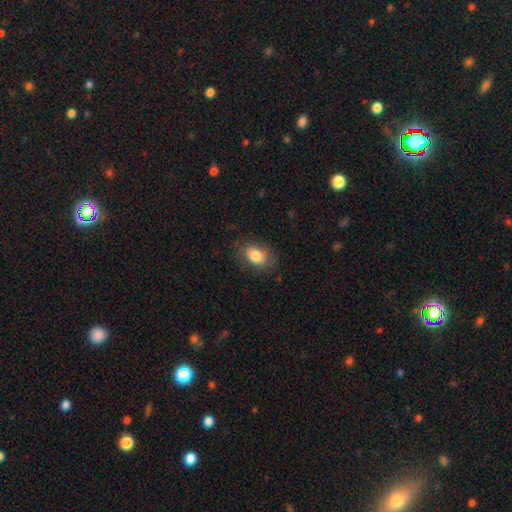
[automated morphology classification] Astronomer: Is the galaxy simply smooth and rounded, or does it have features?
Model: smooth — 77%.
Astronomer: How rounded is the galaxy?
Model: in between — 81%.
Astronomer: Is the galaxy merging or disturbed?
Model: none — 74%.